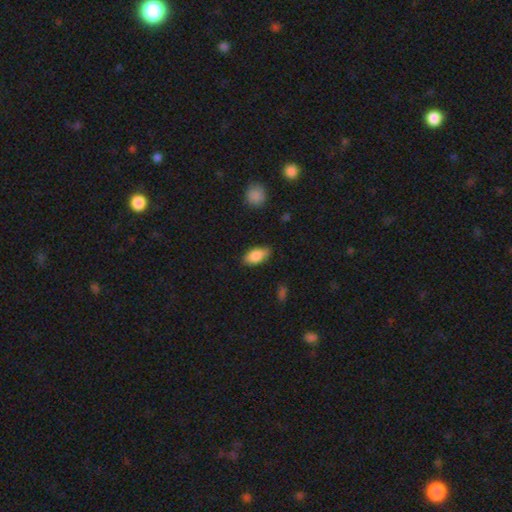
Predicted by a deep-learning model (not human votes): smooth-or-featured: smooth: 83% | featured or disk: 10% | star or artifact: 7%
  how-rounded: in between: 90% | cigar-shaped: 7% | round: 4%
  merging: none: 81% | minor disturbance: 15% | major disturbance: 3% | merger: 1%